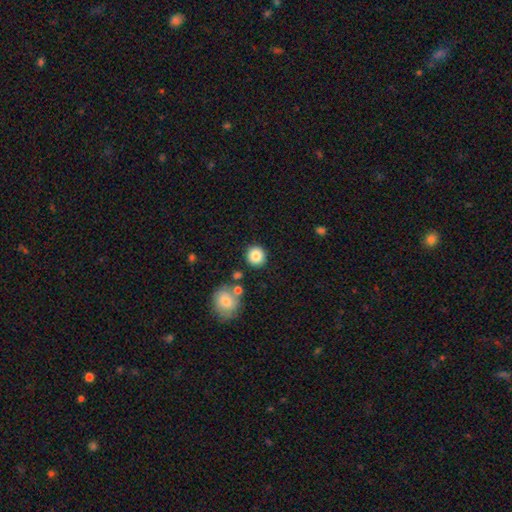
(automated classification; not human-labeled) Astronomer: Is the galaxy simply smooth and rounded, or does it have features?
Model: smooth — 85%.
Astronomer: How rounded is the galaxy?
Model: round — 92%.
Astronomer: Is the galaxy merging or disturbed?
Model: none — 86%.